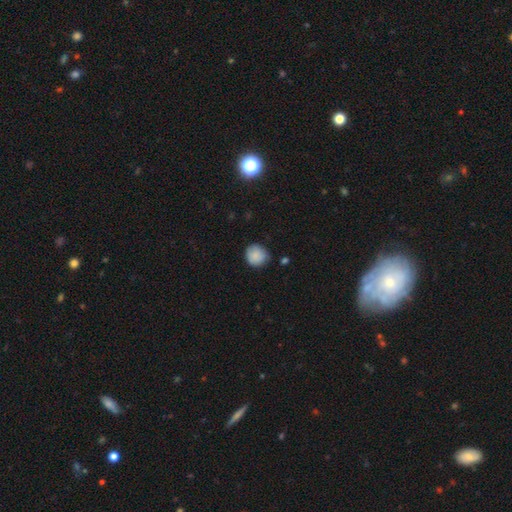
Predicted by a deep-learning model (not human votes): This appears to be a smooth galaxy with no disk features (86%) that is round (88%). Merging: none (75%).